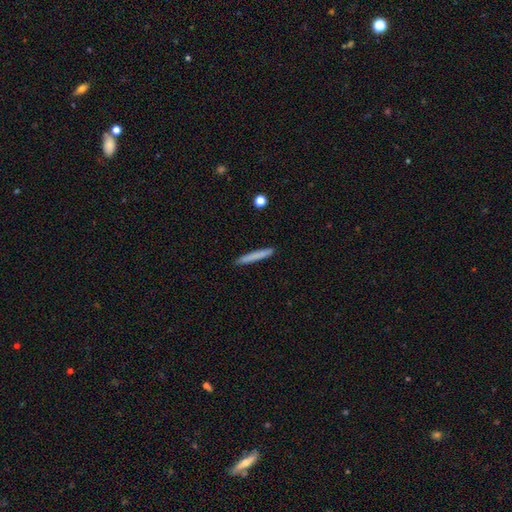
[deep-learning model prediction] Smooth or featured? Predicted: smooth (p=0.76). How rounded? Predicted: cigar-shaped (p=0.96). Merging? Predicted: none (p=0.90).